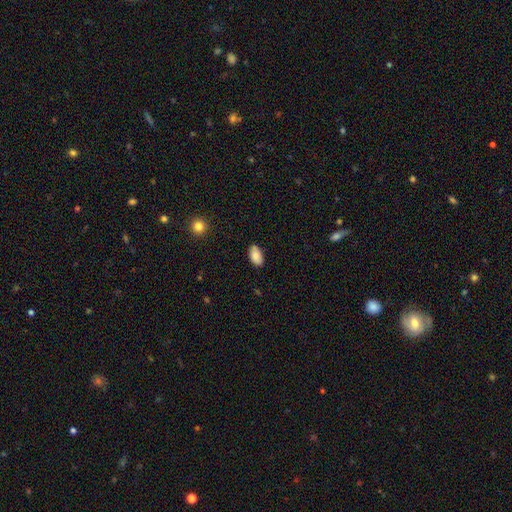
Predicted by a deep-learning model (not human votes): The model was most divided on "merging": none: 84%, minor disturbance: 12%, major disturbance: 2%, merger: 1%. More confident: how rounded — in between (94%); smooth or featured — smooth (86%).